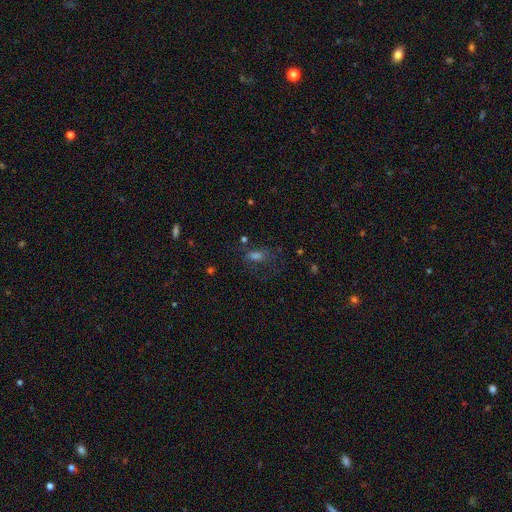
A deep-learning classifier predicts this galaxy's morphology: Overall: smooth (47%; star or artifact 31%). Merging: none (54%; major disturbance 22%).